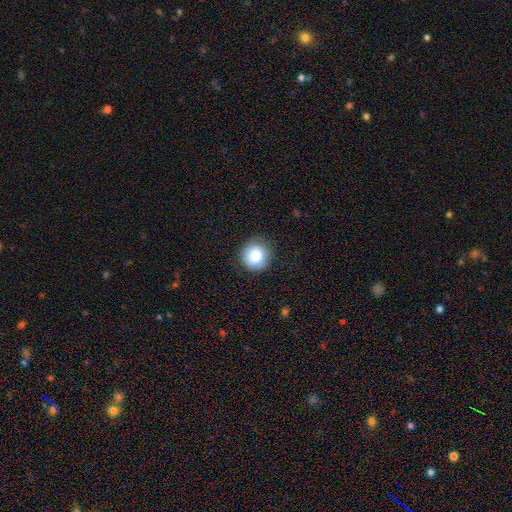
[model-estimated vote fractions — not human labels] This is clearly a smooth galaxy (83%). How rounded: clearly round (93%). Merging: clearly none (87%).